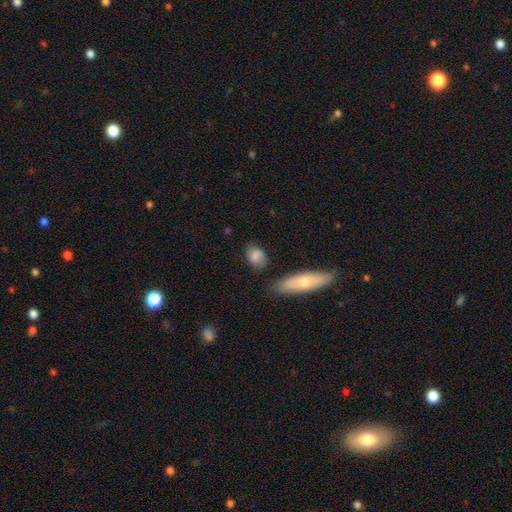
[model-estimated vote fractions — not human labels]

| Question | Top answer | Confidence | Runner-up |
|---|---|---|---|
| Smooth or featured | smooth | 82% | featured or disk (11%) |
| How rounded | in between | 74% | round (23%) |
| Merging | none | 70% | minor disturbance (19%) |